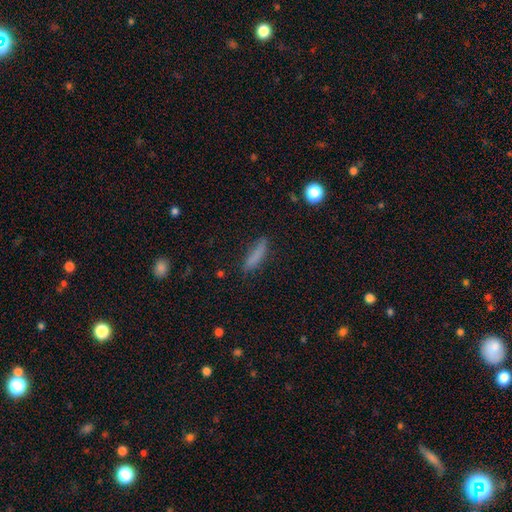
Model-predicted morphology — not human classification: A smooth galaxy with no disk features (80%) that is cigar-shaped (75%).

Vote fractions:
- Smooth or featured? smooth: 80% / featured or disk: 10% / star or artifact: 9%
- How rounded? cigar-shaped: 75% / in between: 23% / round: 2%
- Merging? none: 77% / minor disturbance: 17% / major disturbance: 4% / merger: 2%